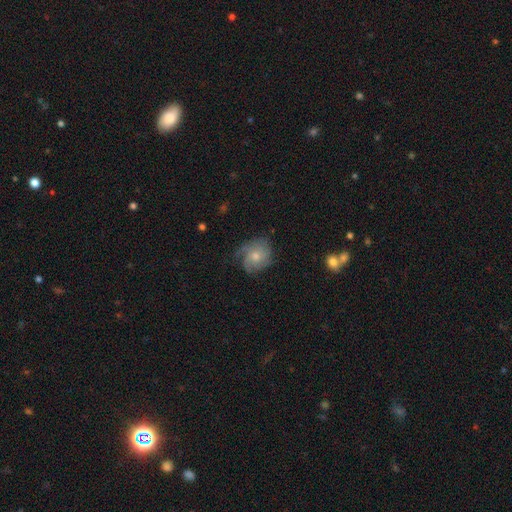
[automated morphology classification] Q: Smooth or featured?
A: featured or disk (58%); runner-up: smooth (34%)
Q: Edge-on disk?
A: no (97%); runner-up: yes (3%)
Q: Bar?
A: no (81%); runner-up: weak (17%)
Q: Spiral arms?
A: yes (87%); runner-up: no (13%)
Q: Bulge size?
A: moderate (53%); runner-up: small (40%)
Q: Merging?
A: none (60%); runner-up: minor disturbance (26%)